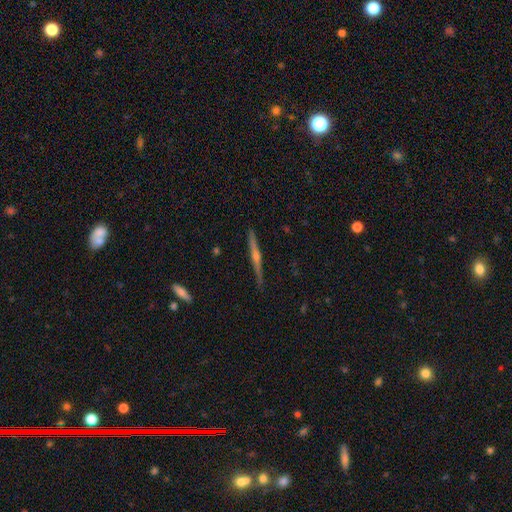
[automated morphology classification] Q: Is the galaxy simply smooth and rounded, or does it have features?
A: featured or disk — 75%.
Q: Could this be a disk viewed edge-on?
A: yes — 97%.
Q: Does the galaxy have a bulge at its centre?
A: rounded — 84%.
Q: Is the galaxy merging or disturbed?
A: none — 89%.